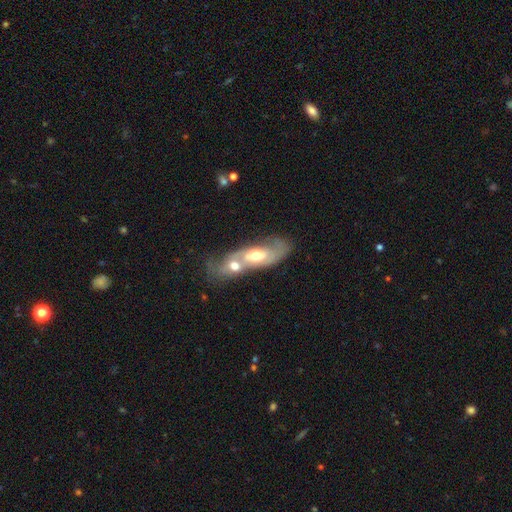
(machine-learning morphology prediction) type=featured or disk (59%); edge-on=no (78%); merging=merger (55%).